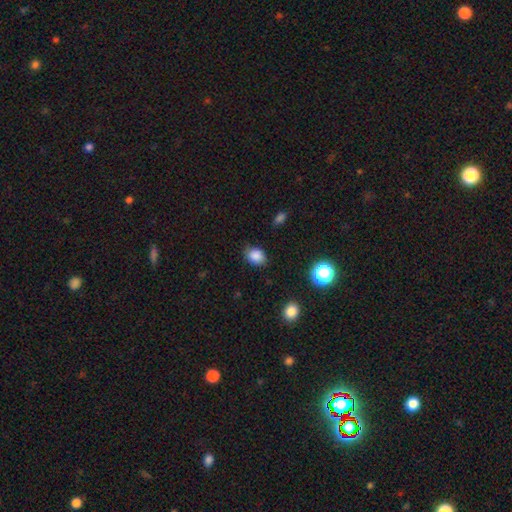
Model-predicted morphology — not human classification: Overall: smooth (85%). How rounded: in between (67%; round 32%). Merging: none (79%).